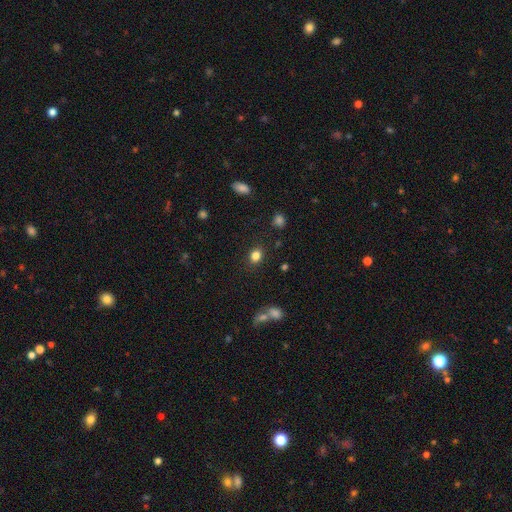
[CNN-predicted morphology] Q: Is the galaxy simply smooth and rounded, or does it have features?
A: smooth — 83%.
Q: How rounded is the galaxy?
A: round — 54%.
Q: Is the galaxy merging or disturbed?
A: none — 85%.